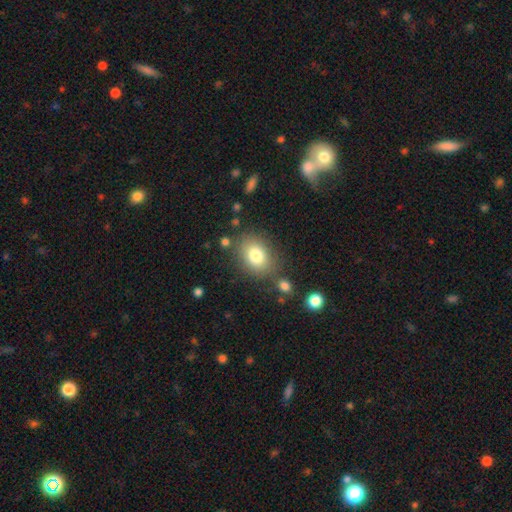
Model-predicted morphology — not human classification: Smooth or featured? smooth (80%)
How rounded? in between (62%)
Merging? none (76%)